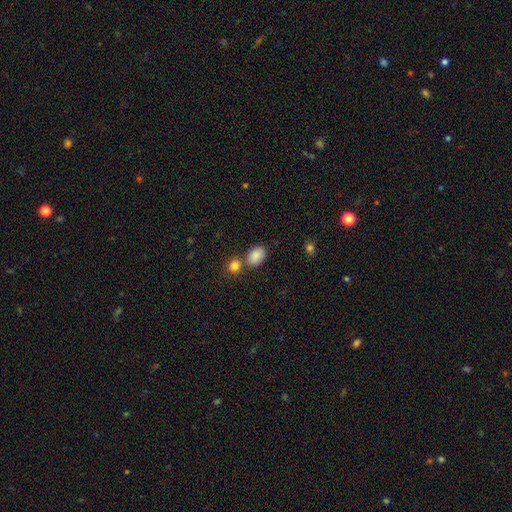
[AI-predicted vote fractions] Q: Smooth or featured?
A: smooth (86%); runner-up: star or artifact (9%)
Q: How rounded?
A: in between (82%); runner-up: round (17%)
Q: Merging?
A: none (65%); runner-up: merger (21%)